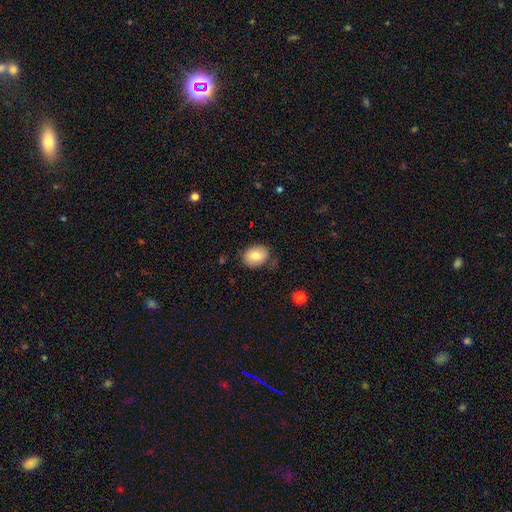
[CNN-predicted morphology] A smooth galaxy with no disk features (80%) that is in between round and cigar-shaped (64%). Merging: none (77%).